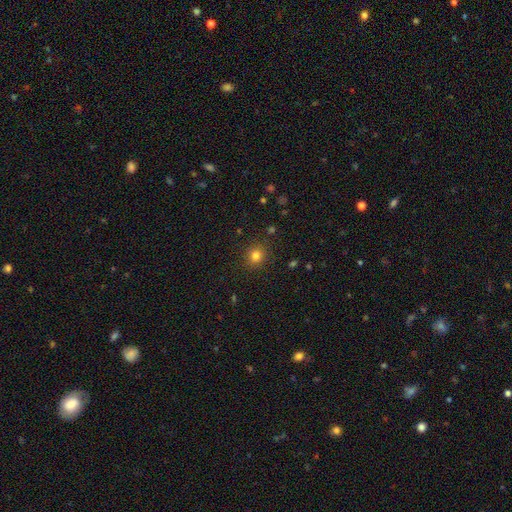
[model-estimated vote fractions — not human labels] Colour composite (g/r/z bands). It shows a smooth galaxy with no disk features (80%) that is round (88%). Merging: none (89%).